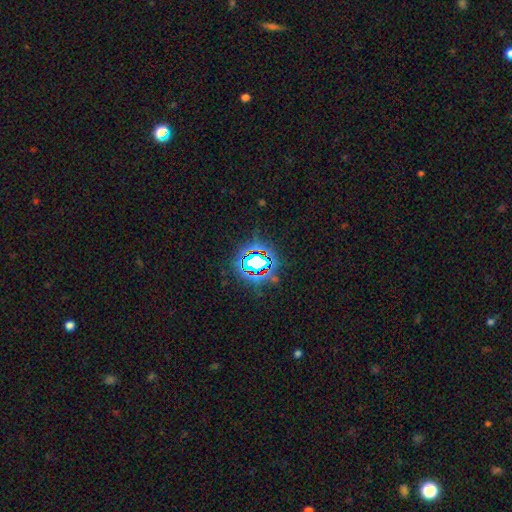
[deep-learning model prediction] Smooth or featured? Predicted: star or artifact (p=0.69).